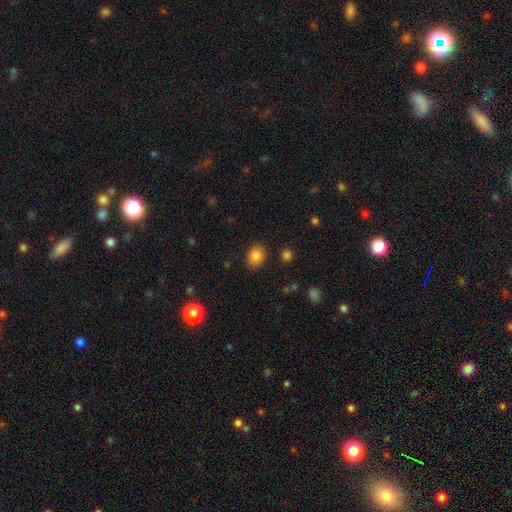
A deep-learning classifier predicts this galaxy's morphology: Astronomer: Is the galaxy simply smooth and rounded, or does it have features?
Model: smooth — 86%.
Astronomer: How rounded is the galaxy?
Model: in between — 65%.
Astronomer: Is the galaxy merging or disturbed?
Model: none — 85%.